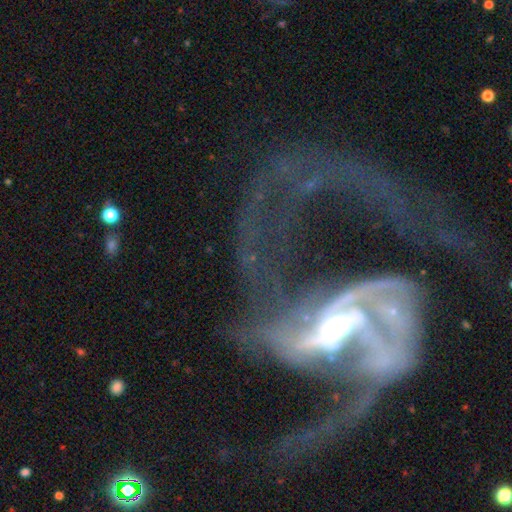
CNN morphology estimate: A featured or disk galaxy (85%) with a strong bar (35%), 2 (41%) loose (59%) spiral arms (86%) and a moderate central bulge (58%). Merging: major disturbance (43%).